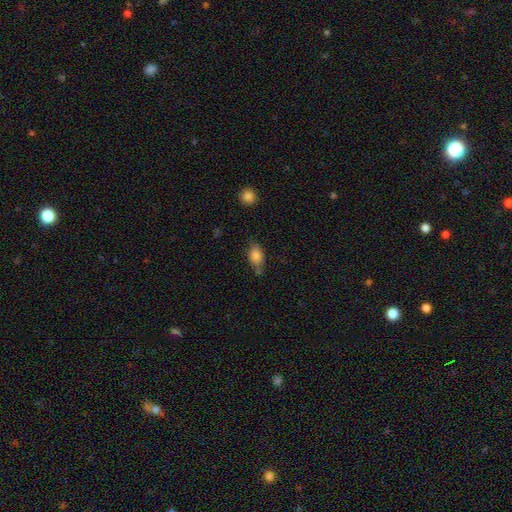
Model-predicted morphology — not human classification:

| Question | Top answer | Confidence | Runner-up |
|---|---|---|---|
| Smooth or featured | smooth | 83% | featured or disk (9%) |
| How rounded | in between | 83% | round (12%) |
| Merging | none | 60% | minor disturbance (26%) |